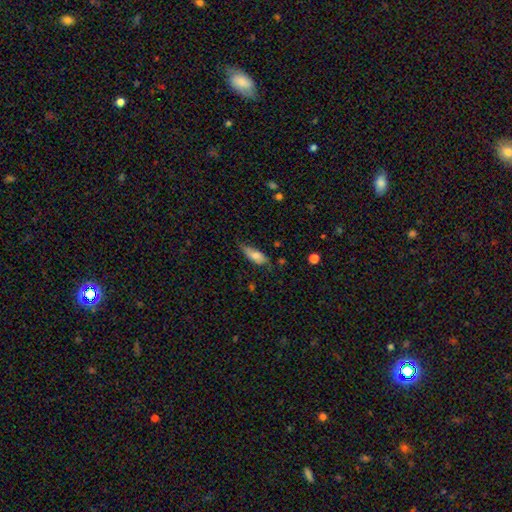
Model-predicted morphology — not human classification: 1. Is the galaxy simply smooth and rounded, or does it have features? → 71% smooth, 22% featured or disk, 7% star or artifact.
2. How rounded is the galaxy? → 75% in between, 22% cigar-shaped, 3% round.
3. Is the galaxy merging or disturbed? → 54% none, 35% minor disturbance, 9% major disturbance, 2% merger.